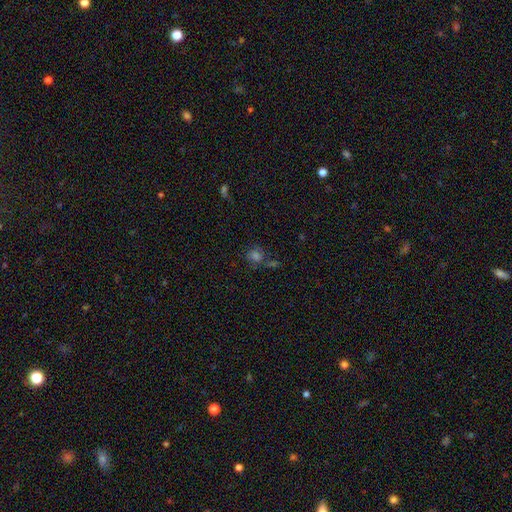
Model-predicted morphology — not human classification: smooth-or-featured: smooth: 57% | star or artifact: 29% | featured or disk: 14%
  how-rounded: round: 79% | in between: 19% | cigar-shaped: 1%
  merging: none: 62% | merger: 16% | minor disturbance: 15% | major disturbance: 8%